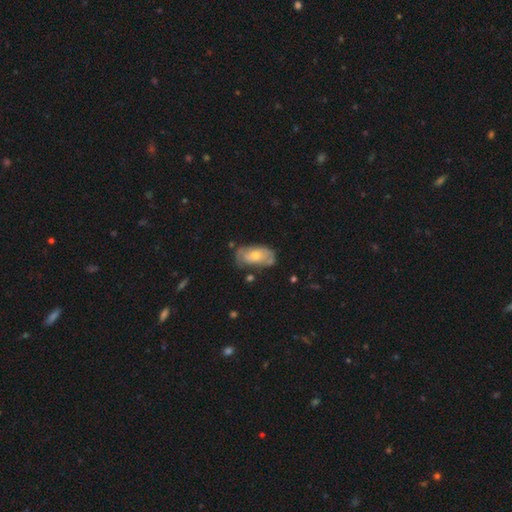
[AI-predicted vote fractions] Smooth or featured: smooth — 49% (featured or disk — 45%)
Merging: none — 52% (minor disturbance — 30%)